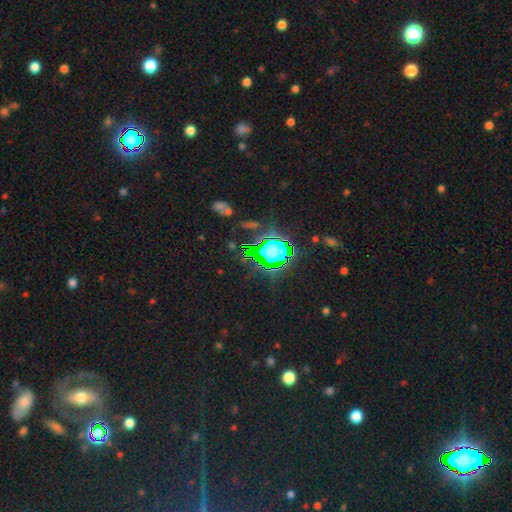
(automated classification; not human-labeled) Smooth or featured? Predicted: star or artifact (p=0.80).